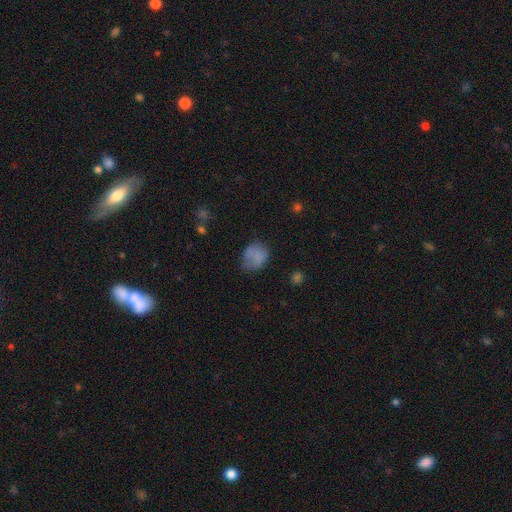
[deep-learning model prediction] Overall: smooth (73%). How rounded: round (60%; in between 39%). Merging: none (51%; minor disturbance 29%).